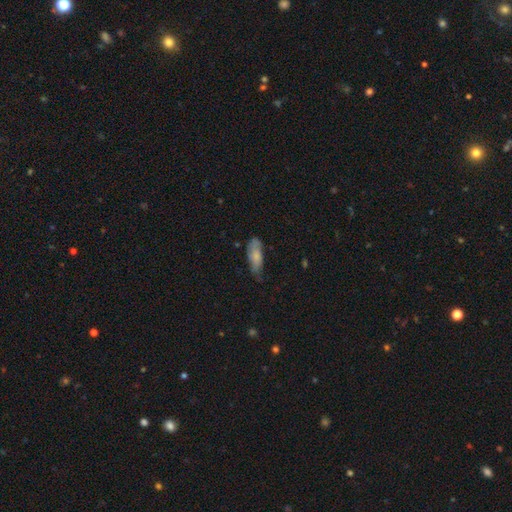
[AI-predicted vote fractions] A smooth galaxy with no disk features (72%) that is in between round and cigar-shaped (72%). Merging: none (55%).